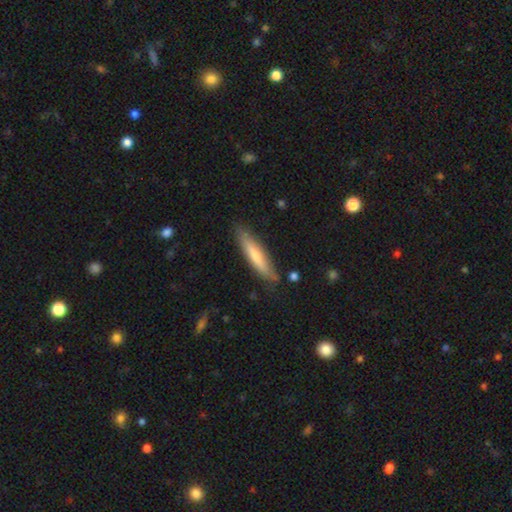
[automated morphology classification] Smooth or featured?
  - smooth: 51% *
  - featured or disk: 41%
  - star or artifact: 8%
How rounded?
  - cigar-shaped: 89% *
  - in between: 10%
  - round: 2%
Merging?
  - none: 86% *
  - minor disturbance: 10%
  - major disturbance: 2%
  - merger: 1%